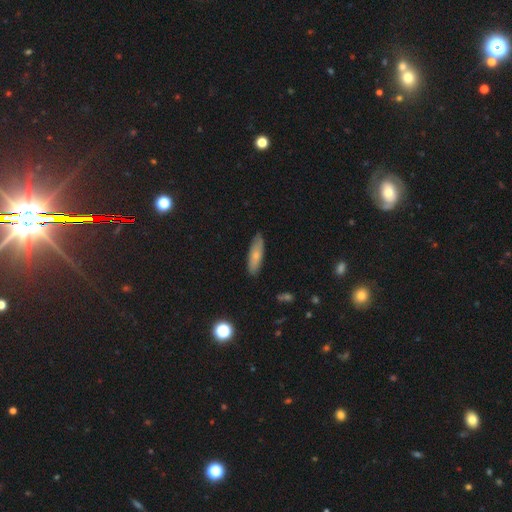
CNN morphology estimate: The model was most divided on "how rounded": cigar-shaped: 58%, in between: 40%, round: 2%. More confident: merging — none (85%); smooth or featured — smooth (68%).